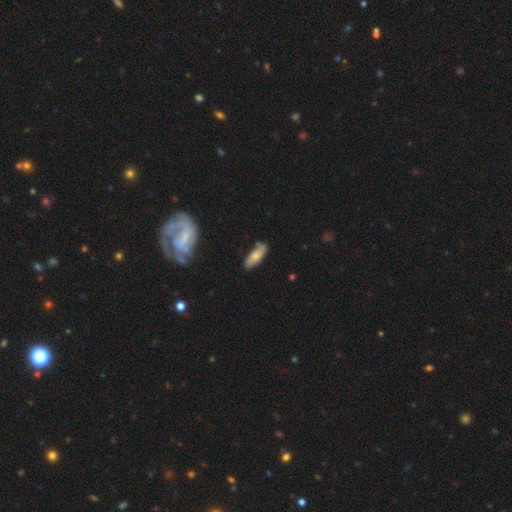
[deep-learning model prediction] Overall: smooth (52%; featured or disk 41%). How rounded: in between (68%; cigar-shaped 30%). Merging: none (69%).